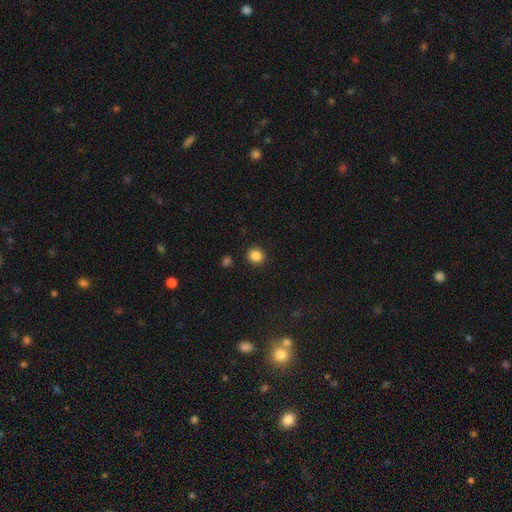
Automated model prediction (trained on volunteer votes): Morphology: type=smooth (86%); roundness=round (85%); merging=none (90%).